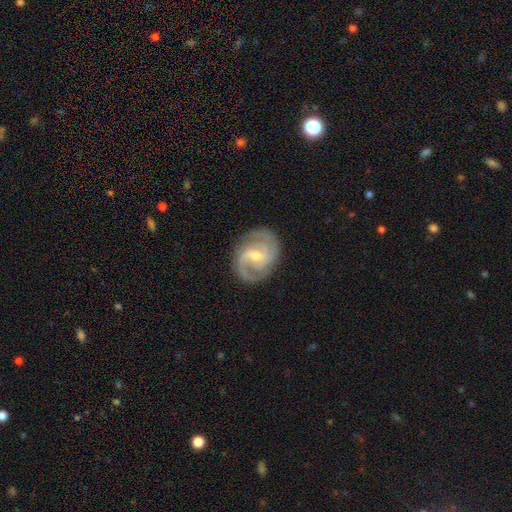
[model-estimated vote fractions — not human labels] A featured or disk galaxy (89%) with a weak bar (53%), 2 (76%) medium (51%) spiral arms (98%) and a small central bulge (49%).

Vote fractions:
- Smooth or featured? featured or disk: 89% / smooth: 6% / star or artifact: 5%
- Edge-on disk? no: 98% / yes: 2%
- Bar? weak: 53% / no: 29% / strong: 18%
- Spiral arms? yes: 98% / no: 2%
- Spiral winding? medium: 51% / tight: 36% / loose: 12%
- Spiral arm count? 2: 76% / 3: 11% / can't tell: 6% / 1: 2% / 4: 2% / more than 4: 2%
- Bulge size? small: 49% / moderate: 46% / none: 2% / large: 2% / dominant: 1%
- Merging? none: 81% / minor disturbance: 13% / major disturbance: 4% / merger: 1%